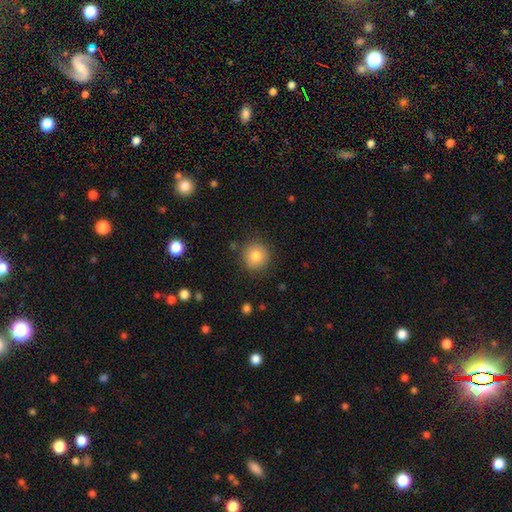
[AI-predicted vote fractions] This appears to be a smooth galaxy with no disk features (80%) that is round (93%). Merging: none (87%).